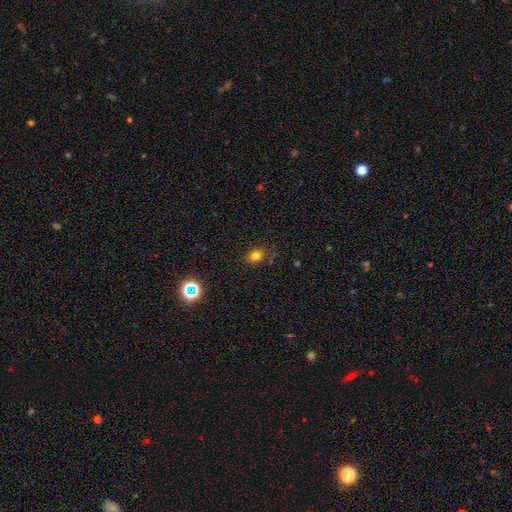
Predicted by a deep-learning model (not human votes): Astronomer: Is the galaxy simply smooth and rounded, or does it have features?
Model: smooth — 78%.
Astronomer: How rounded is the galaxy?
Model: in between — 57% (runner-up: round, 42%).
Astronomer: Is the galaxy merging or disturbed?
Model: none — 83%.